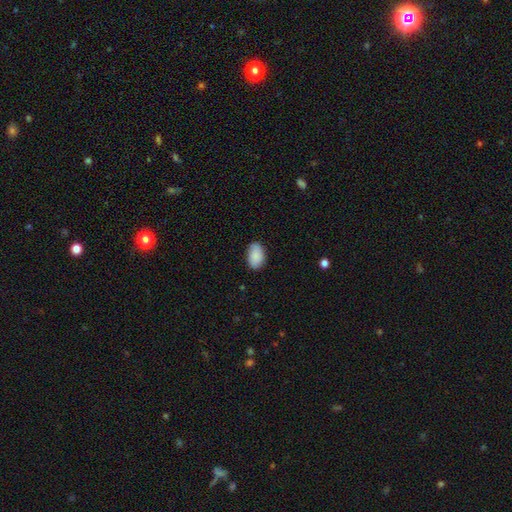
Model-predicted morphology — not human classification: The model was most divided on "merging": none: 82%, minor disturbance: 14%, major disturbance: 2%, merger: 1%. More confident: how rounded — in between (92%); smooth or featured — smooth (88%).